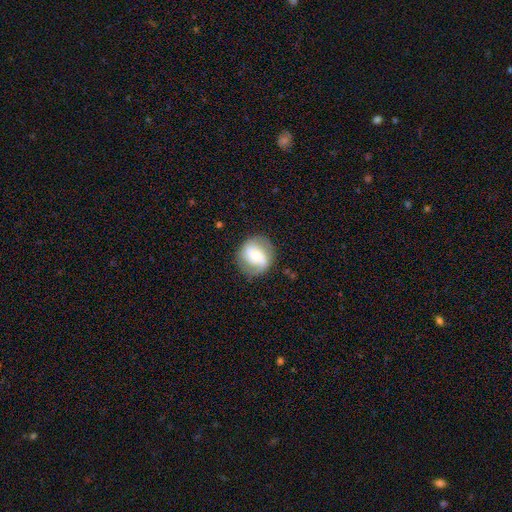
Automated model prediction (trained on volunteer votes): featured or disk 62%, smooth 31%, star or artifact 7%. Down the decision tree: edge-on disk — no (97%); bar — no (40%); spiral arms — yes (84%); spiral arm count — 2 (84%); spiral winding — medium (41%); bulge size — moderate (51%); merging — none (80%).